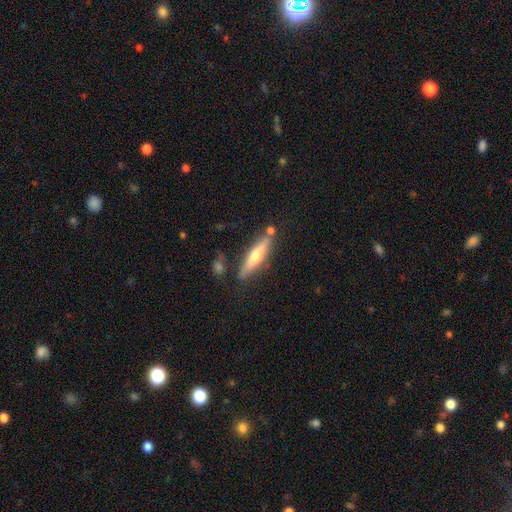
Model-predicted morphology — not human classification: A featured or disk galaxy (52%) viewed edge-on (92%). Merging: none (76%).